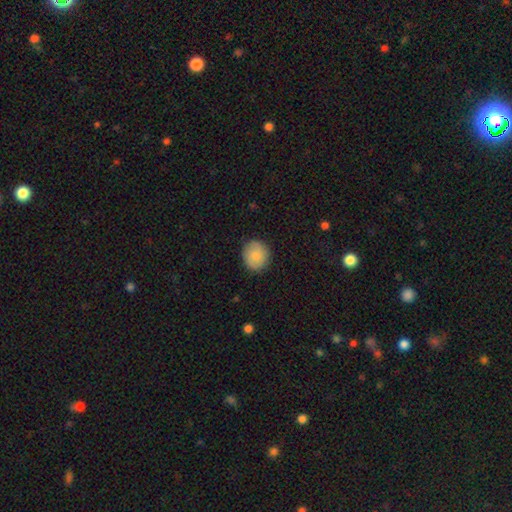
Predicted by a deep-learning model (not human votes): Q: Smooth or featured?
A: smooth (79%); runner-up: featured or disk (14%)
Q: How rounded?
A: round (84%); runner-up: in between (16%)
Q: Merging?
A: none (87%); runner-up: minor disturbance (10%)